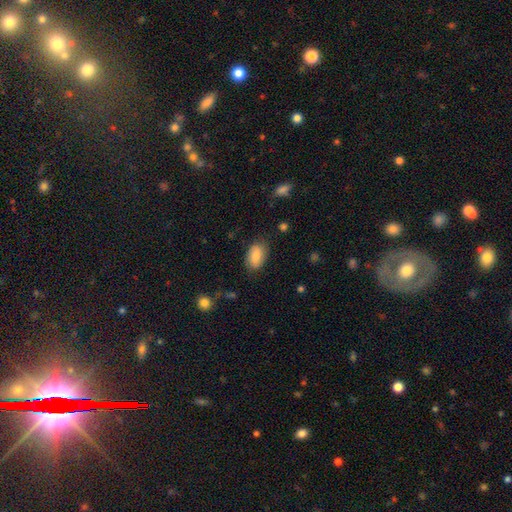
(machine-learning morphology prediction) The model was most divided on "merging": none: 79%, minor disturbance: 16%, major disturbance: 4%, merger: 1%. More confident: how rounded — in between (91%); smooth or featured — smooth (79%).